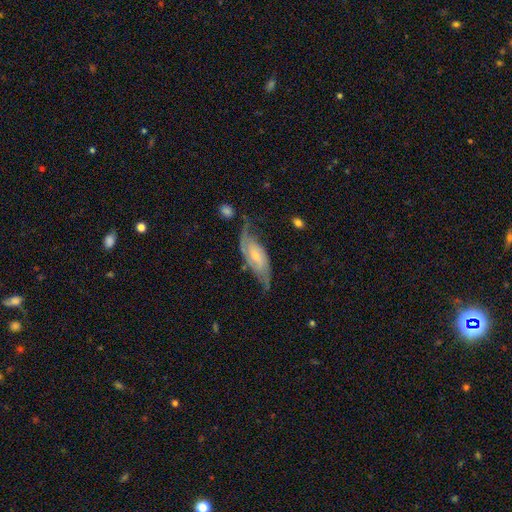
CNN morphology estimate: Smooth or featured? featured or disk (82%)
Edge-on disk? no (92%)
Bar? weak (47%)
Spiral arms? yes (95%)
Spiral winding? medium (43%)
Spiral arm count? 2 (86%)
Bulge size? small (61%)
Merging? none (60%)